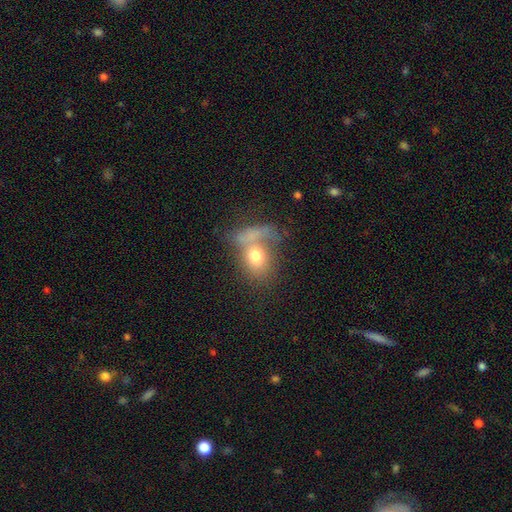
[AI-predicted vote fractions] smooth_or_featured: smooth (p=0.68) [alt: featured or disk p=0.21]
how_rounded: in between (p=0.56) [alt: round p=0.42]
merging: merger (p=0.31) [alt: none p=0.27]